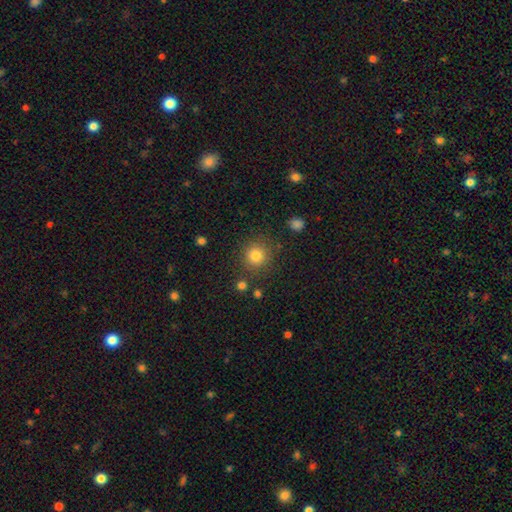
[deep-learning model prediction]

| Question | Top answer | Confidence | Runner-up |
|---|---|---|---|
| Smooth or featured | smooth | 83% | star or artifact (12%) |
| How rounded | round | 92% | in between (7%) |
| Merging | none | 84% | minor disturbance (9%) |